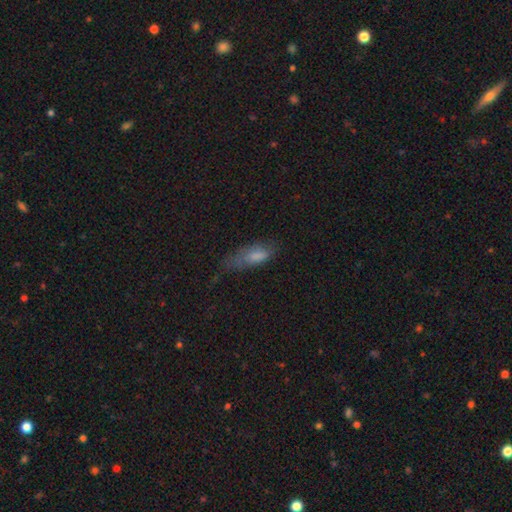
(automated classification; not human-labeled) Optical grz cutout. It shows a smooth galaxy with no disk features (72%) that is in between round and cigar-shaped (74%). Merging: none (41%).